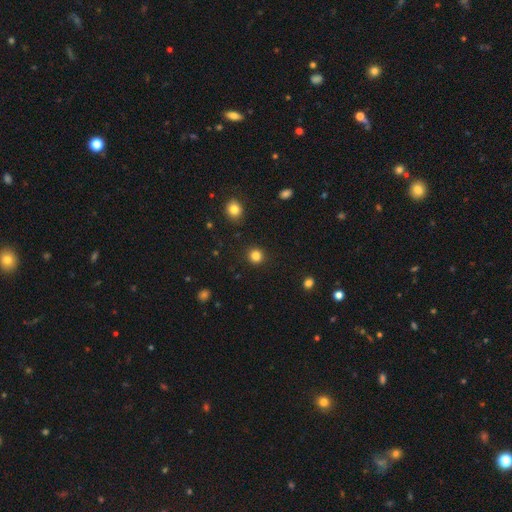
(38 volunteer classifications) Q: Smooth or featured?
A: smooth (89%); runner-up: featured or disk (5%)
Q: How rounded?
A: round (88%); runner-up: in between (12%)
Q: Merging?
A: none (86%); runner-up: minor disturbance (11%)